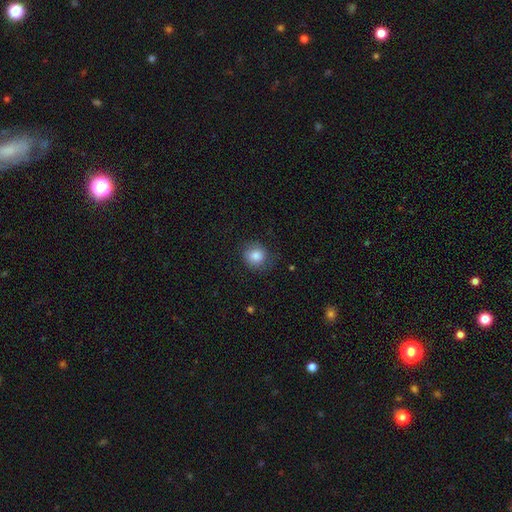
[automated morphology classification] smooth_or_featured: smooth (p=0.84) [alt: star or artifact p=0.09]
how_rounded: round (p=0.82) [alt: in between p=0.17]
merging: none (p=0.74) [alt: minor disturbance p=0.18]